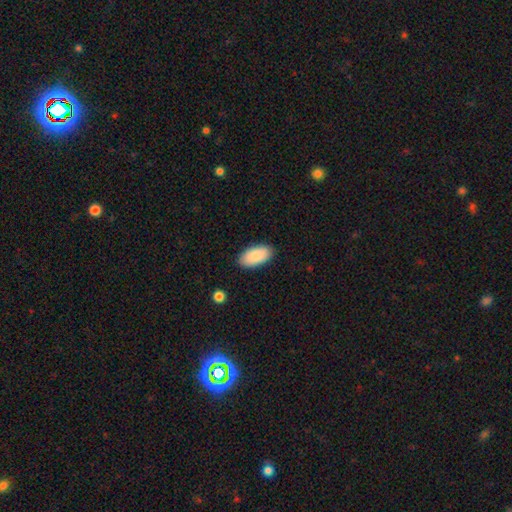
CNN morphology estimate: smooth_or_featured: smooth (p=0.90) [alt: star or artifact p=0.06]
how_rounded: in between (p=0.95) [alt: cigar-shaped p=0.04]
merging: none (p=0.87) [alt: minor disturbance p=0.09]